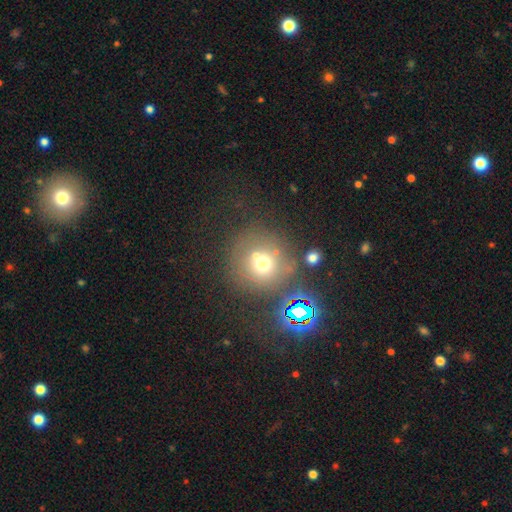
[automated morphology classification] Smooth or featured? smooth (48%)
Merging? none (65%)